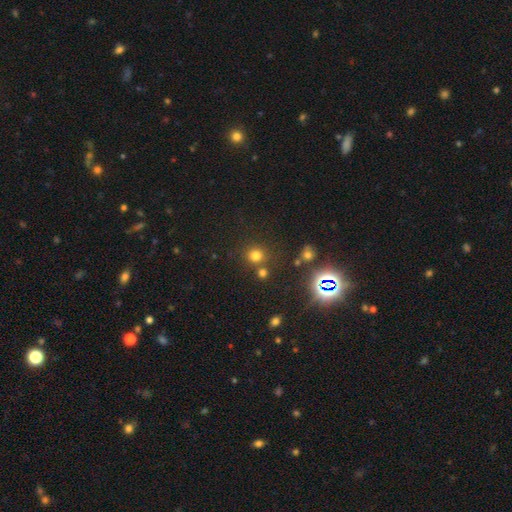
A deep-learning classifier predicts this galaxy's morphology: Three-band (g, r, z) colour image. It shows a smooth galaxy with no disk features (71%) that is round (90%). Merging: none (74%).